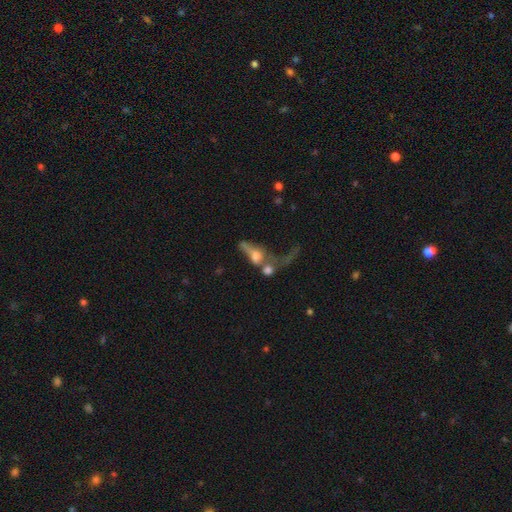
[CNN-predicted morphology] A smooth galaxy with no disk features (45%).

Vote fractions:
- Smooth or featured? smooth: 45% / featured or disk: 42% / star or artifact: 13%
- Merging? merger: 54% / major disturbance: 28% / none: 11% / minor disturbance: 6%